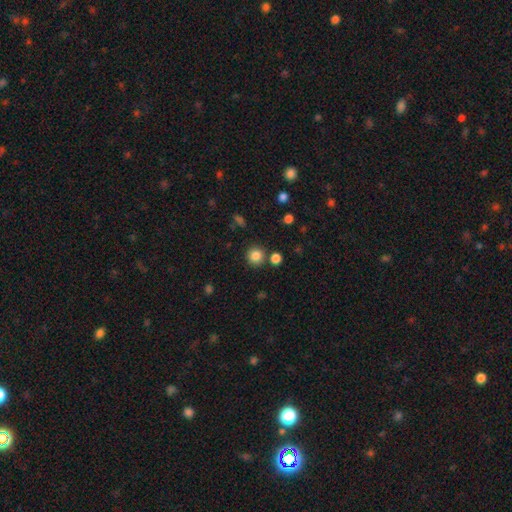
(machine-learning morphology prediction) Smooth or featured?
  - smooth: 84% *
  - star or artifact: 11%
  - featured or disk: 5%
How rounded?
  - round: 90% *
  - in between: 9%
  - cigar-shaped: 1%
Merging?
  - none: 81% *
  - merger: 8%
  - minor disturbance: 8%
  - major disturbance: 3%